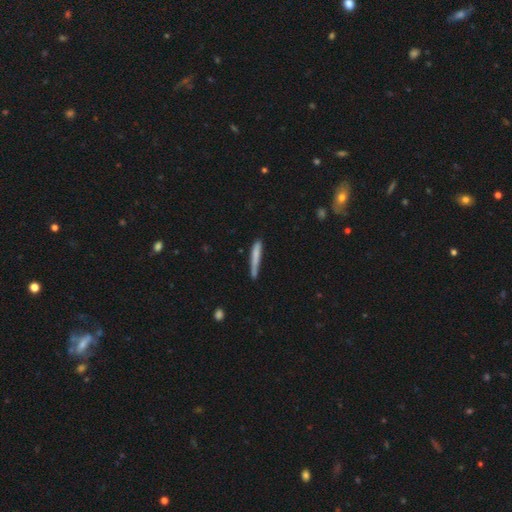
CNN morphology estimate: This is likely a smooth galaxy (71%). How rounded: clearly cigar-shaped (94%). Merging: likely none (66%).